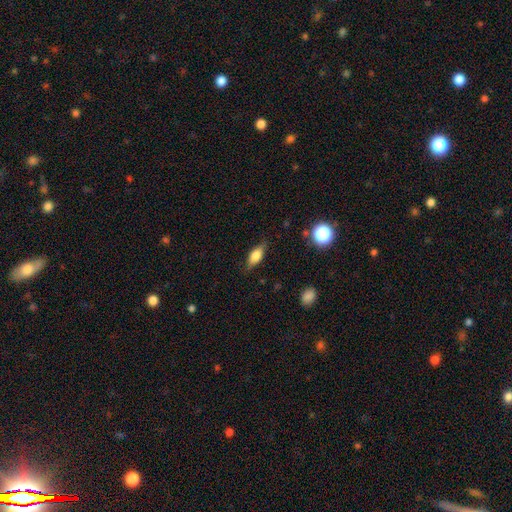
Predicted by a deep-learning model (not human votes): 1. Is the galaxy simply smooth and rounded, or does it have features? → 59% smooth, 33% featured or disk, 9% star or artifact.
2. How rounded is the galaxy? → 73% in between, 19% cigar-shaped, 7% round.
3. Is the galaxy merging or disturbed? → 79% none, 16% minor disturbance, 4% major disturbance, 1% merger.